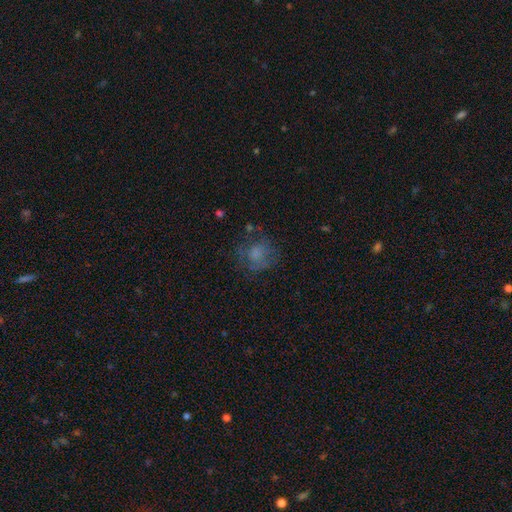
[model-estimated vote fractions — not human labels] Smooth or featured? smooth (55%)
How rounded? round (79%)
Merging? none (62%)